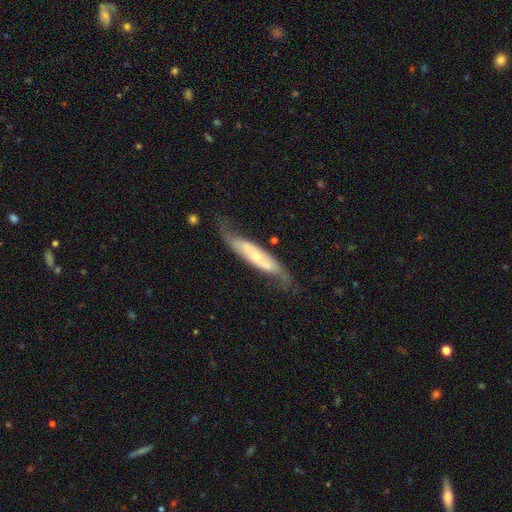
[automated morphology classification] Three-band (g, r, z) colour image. It shows a featured or disk galaxy (69%). Merging: none (65%).